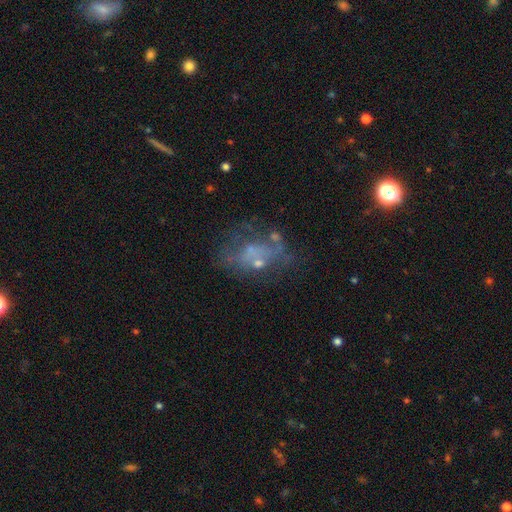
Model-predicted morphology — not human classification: type=featured or disk (55%); edge-on=no (97%); bar=no (87%); spiral arms=no (86%); bulge=none (47%); merging=none (39%).